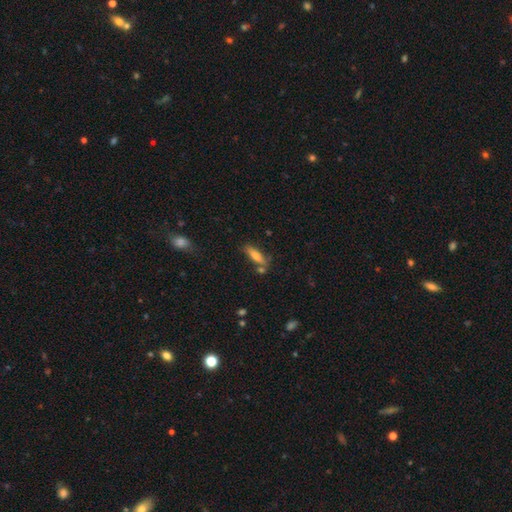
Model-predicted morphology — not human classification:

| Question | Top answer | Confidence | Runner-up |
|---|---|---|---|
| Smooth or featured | smooth | 68% | featured or disk (24%) |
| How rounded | cigar-shaped | 60% | in between (37%) |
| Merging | none | 66% | minor disturbance (17%) |